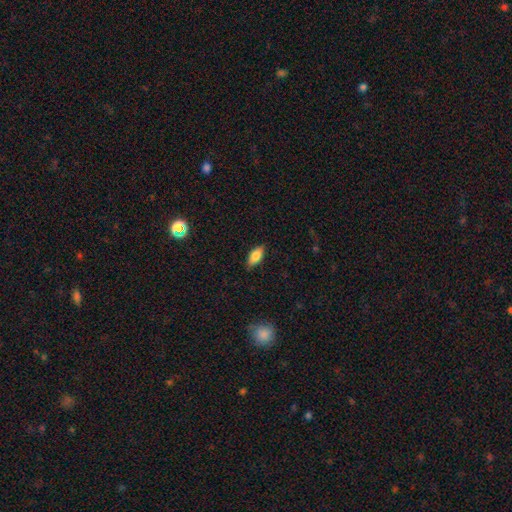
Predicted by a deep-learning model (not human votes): Morphology: type=smooth (82%); roundness=in between (85%); merging=none (86%).